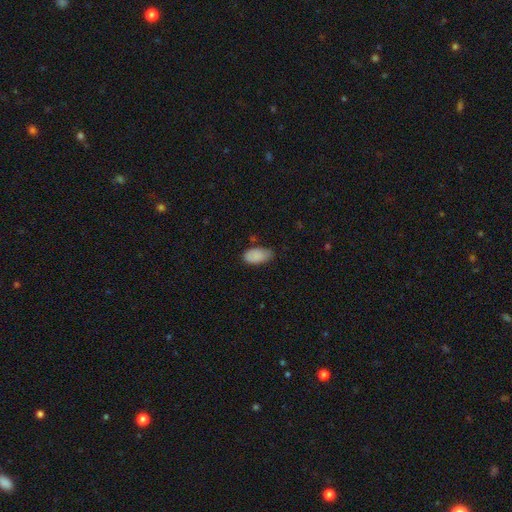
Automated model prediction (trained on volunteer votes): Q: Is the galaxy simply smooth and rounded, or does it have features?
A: smooth — 87%.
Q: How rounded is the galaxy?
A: in between — 94%.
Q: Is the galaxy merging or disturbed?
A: none — 59%.